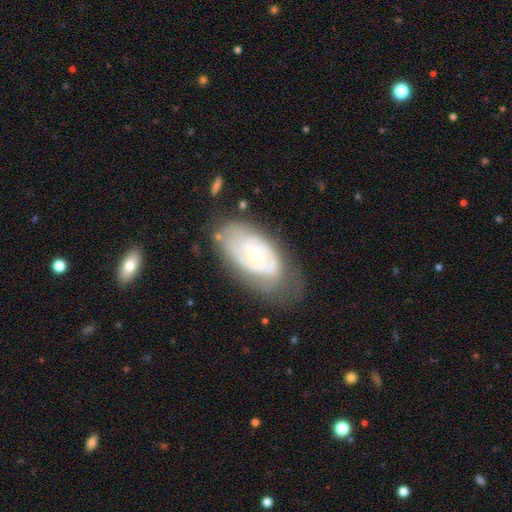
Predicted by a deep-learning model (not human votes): Morphology: type=featured or disk (80%); edge-on=no (94%); bar=no (63%); spiral arms=yes (85%); winding=tight (67%); arm count=2 (40%); bulge=small (56%); merging=none (60%).